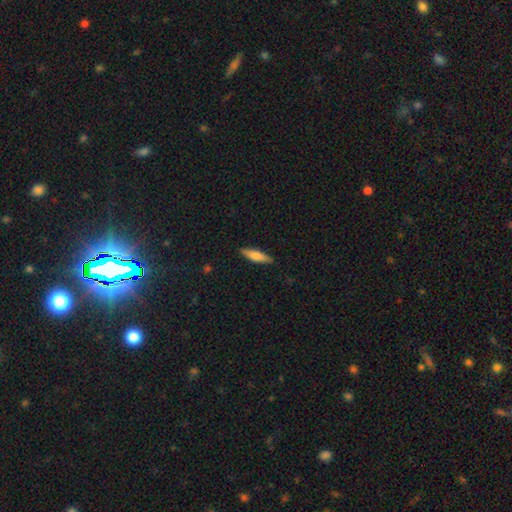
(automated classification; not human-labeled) smooth 70%, featured or disk 24%, star or artifact 6%. Down the decision tree: how rounded — cigar-shaped (69%); merging — none (88%).